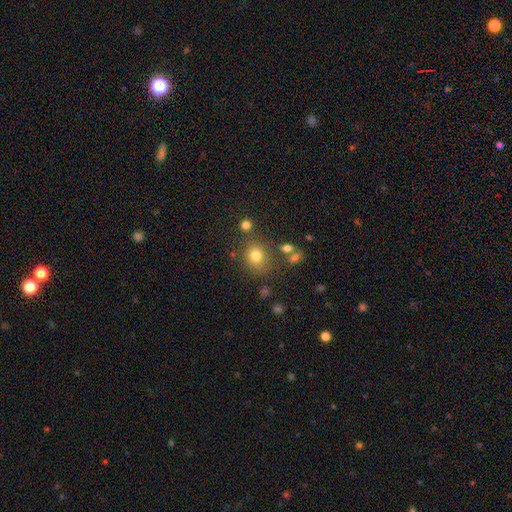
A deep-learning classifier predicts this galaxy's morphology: The model was most divided on "how rounded": round: 78%, in between: 21%, cigar-shaped: 1%. More confident: smooth or featured — smooth (77%); merging — none (75%).